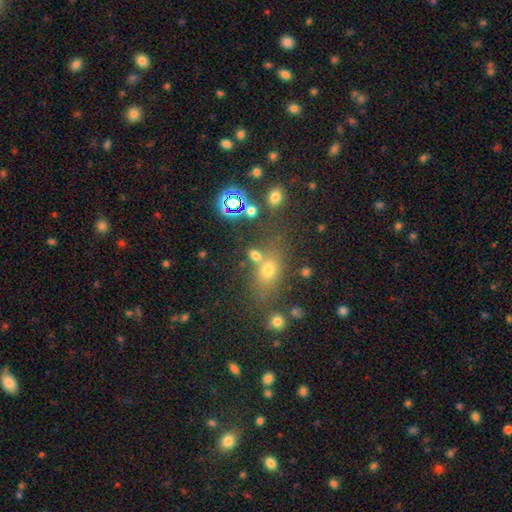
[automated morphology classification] This is likely a smooth galaxy (64%). How rounded: likely in between (65%). Merging: possibly none (54%).